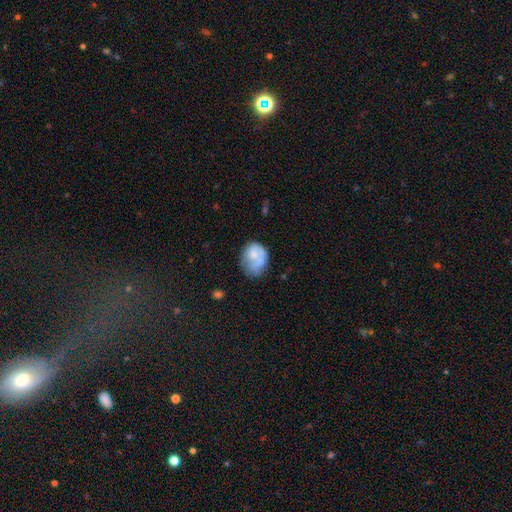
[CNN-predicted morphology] This is likely a smooth galaxy (65%). How rounded: possibly in between (55%). Merging: marginally none (42%).